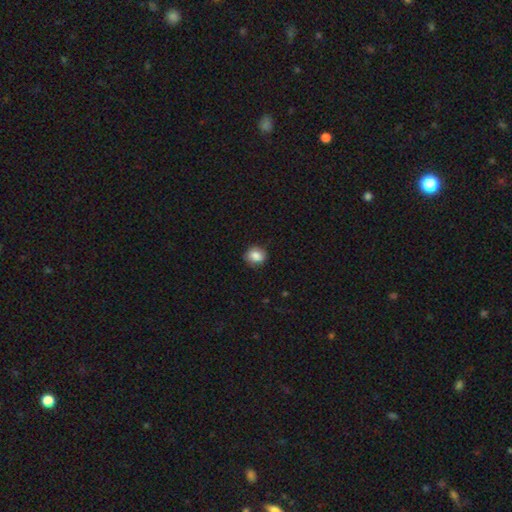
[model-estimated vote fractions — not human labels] Smooth or featured? smooth (82%)
How rounded? round (62%)
Merging? none (78%)